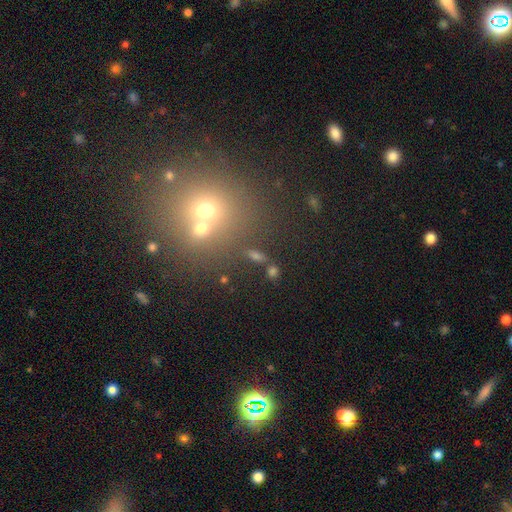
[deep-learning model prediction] smooth-or-featured: smooth: 56% | star or artifact: 27% | featured or disk: 17%
  how-rounded: in between: 54% | round: 38% | cigar-shaped: 8%
  merging: none: 58% | merger: 28% | minor disturbance: 9% | major disturbance: 5%